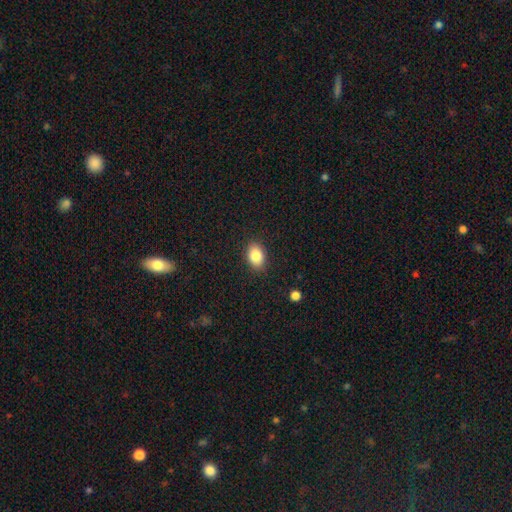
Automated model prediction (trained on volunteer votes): smooth 85%, star or artifact 8%, featured or disk 7%. Down the decision tree: how rounded — in between (81%); merging — none (88%).